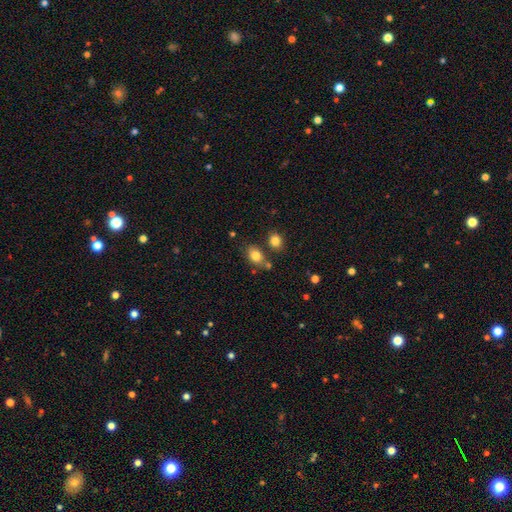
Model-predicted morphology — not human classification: smooth-or-featured: smooth: 82% | star or artifact: 10% | featured or disk: 8%
  how-rounded: in between: 67% | round: 31% | cigar-shaped: 1%
  merging: none: 68% | merger: 15% | minor disturbance: 14% | major disturbance: 4%